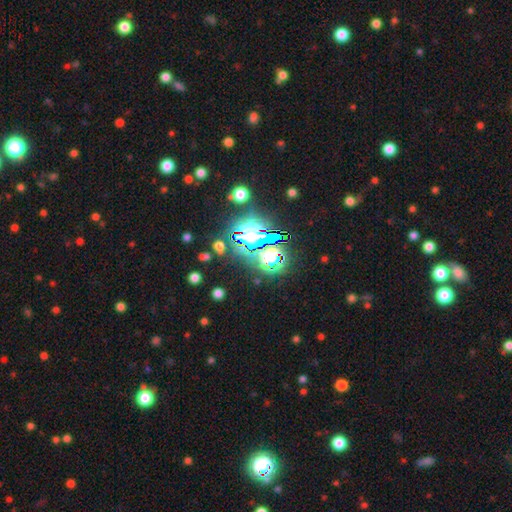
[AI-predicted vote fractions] Q: Smooth or featured?
A: star or artifact (81%); runner-up: smooth (11%)